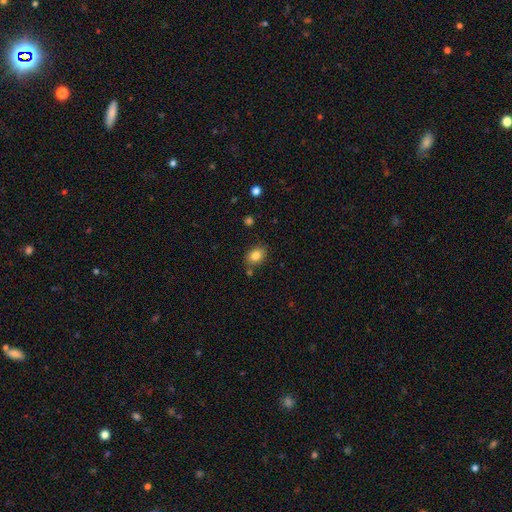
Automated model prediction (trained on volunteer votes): A smooth galaxy with no disk features (82%) that is in between round and cigar-shaped (63%).

Vote fractions:
- Smooth or featured? smooth: 82% / star or artifact: 10% / featured or disk: 8%
- How rounded? in between: 63% / round: 36% / cigar-shaped: 1%
- Merging? none: 77% / minor disturbance: 13% / merger: 6% / major disturbance: 3%